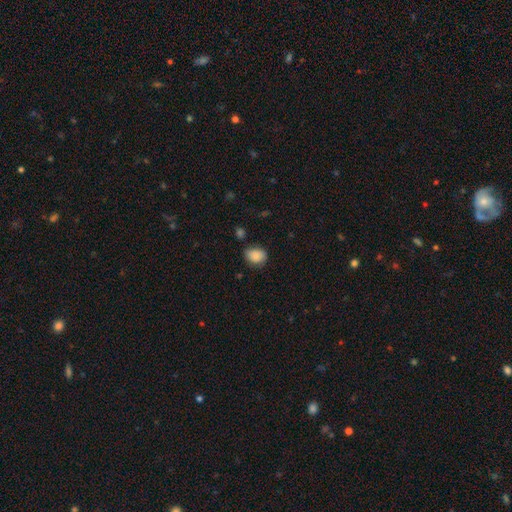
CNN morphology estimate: Q: Smooth or featured?
A: smooth (86%); runner-up: star or artifact (8%)
Q: How rounded?
A: in between (59%); runner-up: round (40%)
Q: Merging?
A: none (65%); runner-up: minor disturbance (26%)